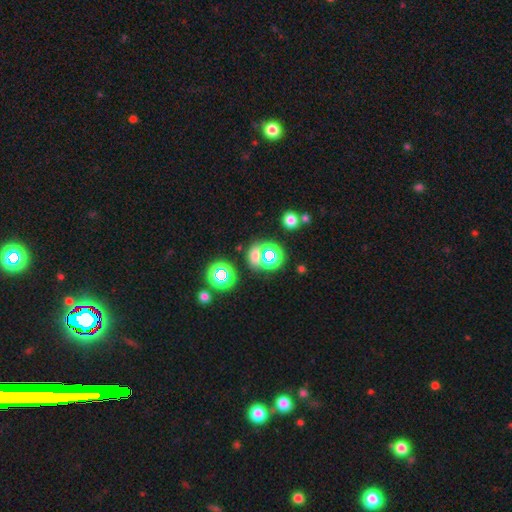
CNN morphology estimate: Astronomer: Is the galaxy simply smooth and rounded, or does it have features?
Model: star or artifact — 53% (runner-up: smooth, 36%).